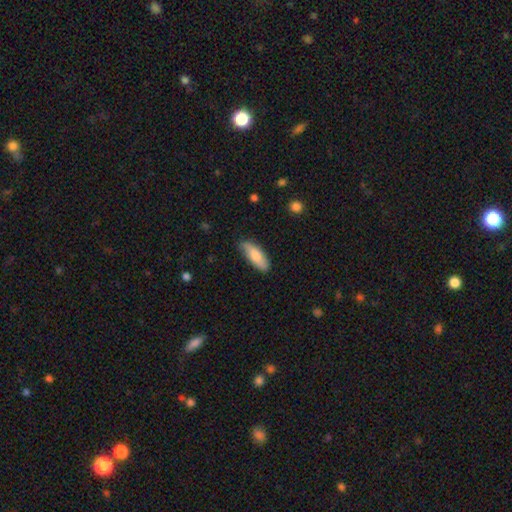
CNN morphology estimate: A smooth galaxy with no disk features (78%) that is in between round and cigar-shaped (67%).

Vote fractions:
- Smooth or featured? smooth: 78% / featured or disk: 16% / star or artifact: 6%
- How rounded? in between: 67% / cigar-shaped: 31% / round: 2%
- Merging? none: 75% / minor disturbance: 21% / major disturbance: 3% / merger: 2%